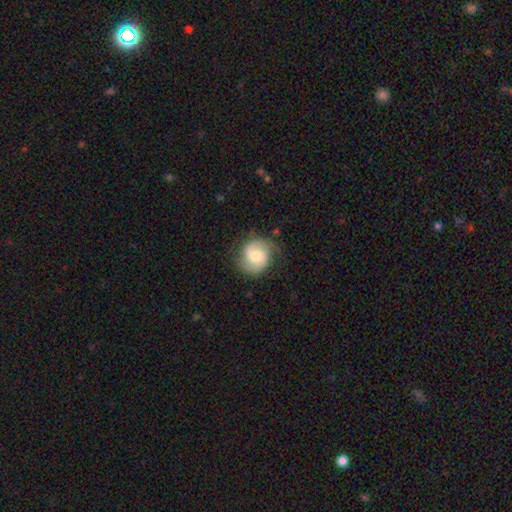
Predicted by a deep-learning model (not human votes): Morphology: type=featured or disk (61%); edge-on=no (98%); bar=no (53%); spiral arms=yes (92%); winding=medium (46%); arm count=2 (86%); bulge=moderate (61%); merging=none (74%).